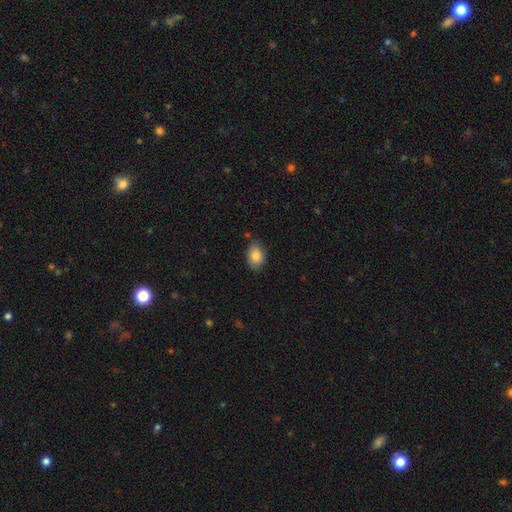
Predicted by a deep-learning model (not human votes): Morphology: type=smooth (85%); roundness=in between (82%); merging=none (77%).